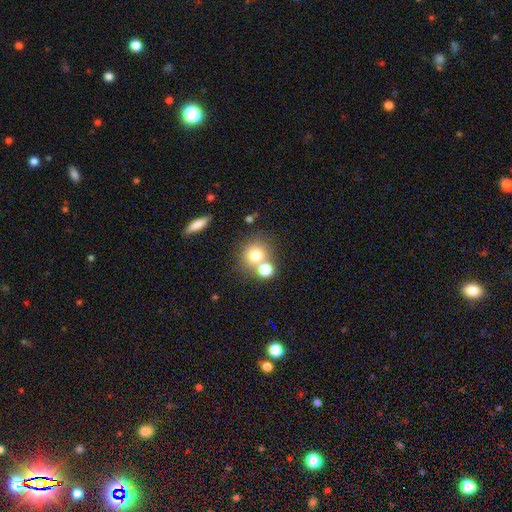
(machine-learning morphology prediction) This appears to be a smooth galaxy with no disk features (75%) that is round (83%). Merging: none (51%).